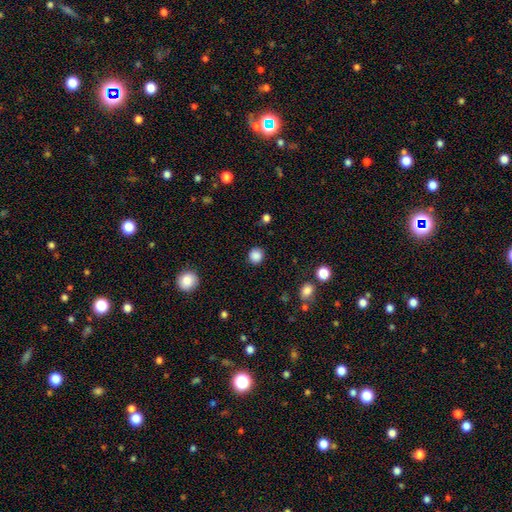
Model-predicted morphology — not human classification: Smooth or featured? Predicted: smooth (p=0.87). How rounded? Predicted: round (p=0.88). Merging? Predicted: none (p=0.89).